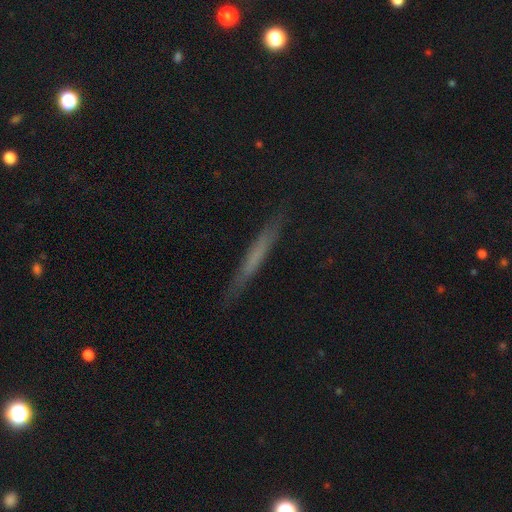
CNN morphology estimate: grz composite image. It shows a smooth galaxy with no disk features (49%). Merging: none (85%).